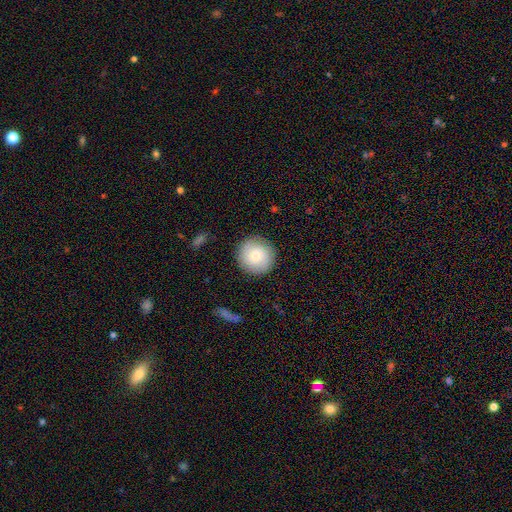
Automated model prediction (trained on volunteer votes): smooth-or-featured: smooth: 73% | featured or disk: 20% | star or artifact: 7%
  how-rounded: round: 95% | in between: 4% | cigar-shaped: 1%
  merging: none: 89% | minor disturbance: 8% | major disturbance: 2% | merger: 1%